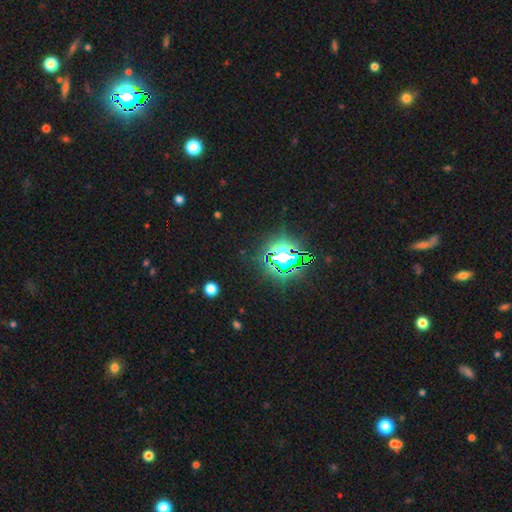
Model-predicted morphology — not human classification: Overall: star or artifact (81%).